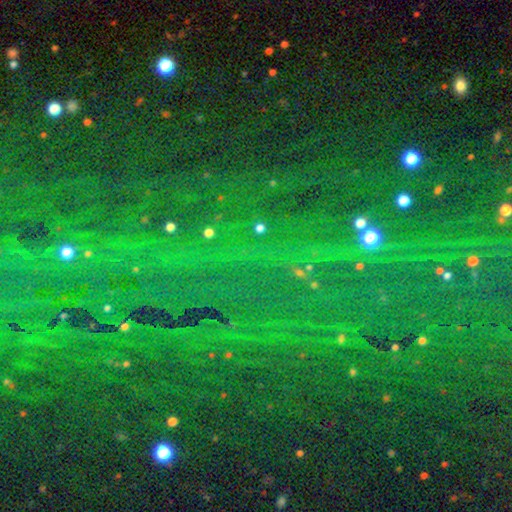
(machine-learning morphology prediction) Smooth or featured: star or artifact — 85% (smooth — 8%)